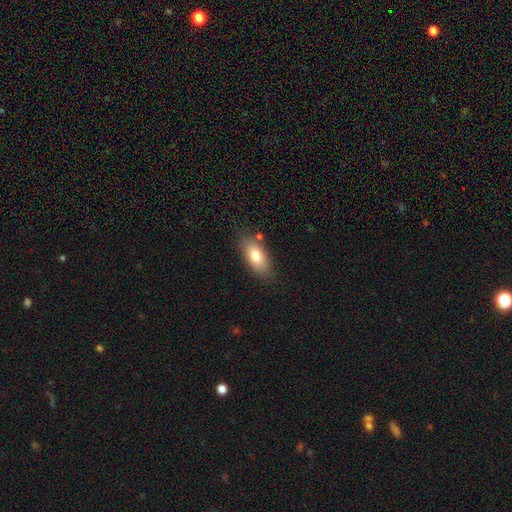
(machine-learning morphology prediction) smooth-or-featured: smooth: 77% | featured or disk: 16% | star or artifact: 8%
  how-rounded: in between: 88% | cigar-shaped: 7% | round: 5%
  merging: none: 79% | minor disturbance: 13% | merger: 4% | major disturbance: 3%